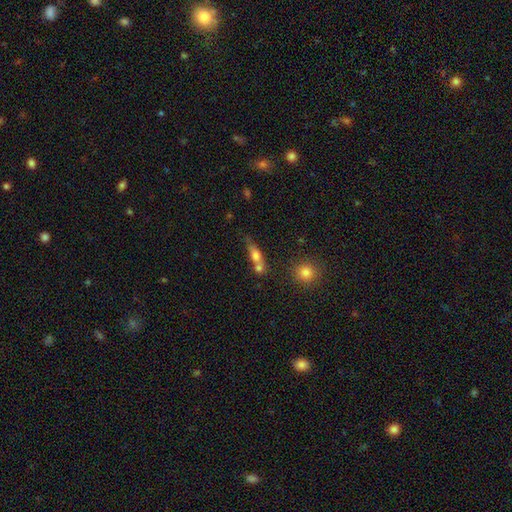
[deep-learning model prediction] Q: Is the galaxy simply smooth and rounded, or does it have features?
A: smooth — 66%.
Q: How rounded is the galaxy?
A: in between — 56%.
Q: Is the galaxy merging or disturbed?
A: merger — 48%.